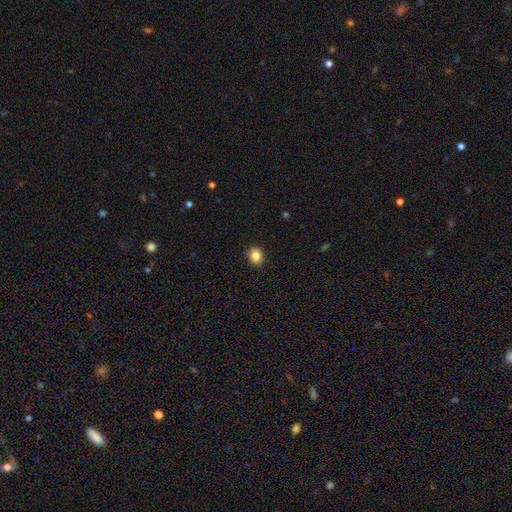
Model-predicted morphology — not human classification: smooth_or_featured: smooth (p=0.86) [alt: star or artifact p=0.10]
how_rounded: round (p=0.65) [alt: in between p=0.34]
merging: none (p=0.86) [alt: minor disturbance p=0.11]